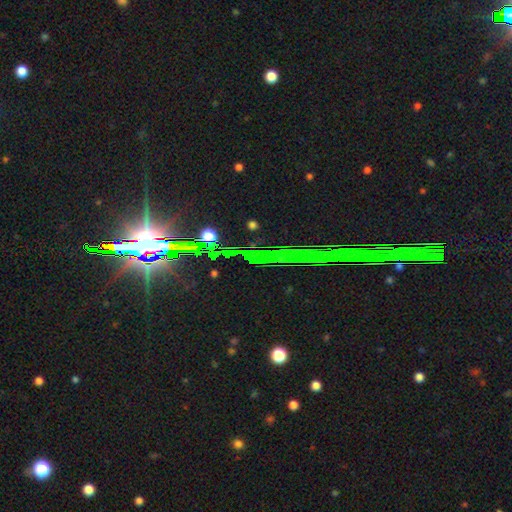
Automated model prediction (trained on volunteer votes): Overall: star or artifact (86%).